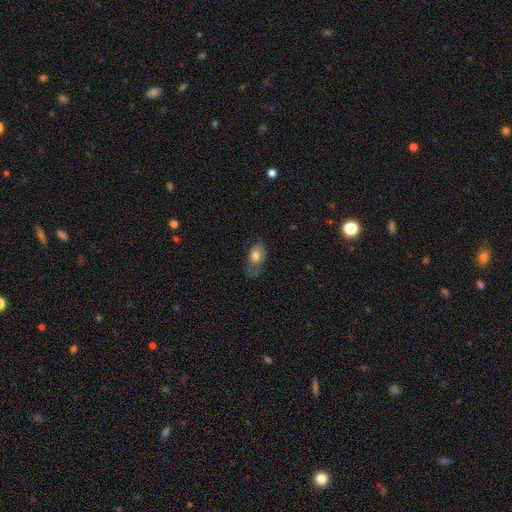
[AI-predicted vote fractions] A smooth galaxy with no disk features (65%) that is in between round and cigar-shaped (87%).

Vote fractions:
- Smooth or featured? smooth: 65% / featured or disk: 27% / star or artifact: 7%
- How rounded? in between: 87% / round: 10% / cigar-shaped: 3%
- Merging? none: 48% / minor disturbance: 31% / major disturbance: 19% / merger: 2%